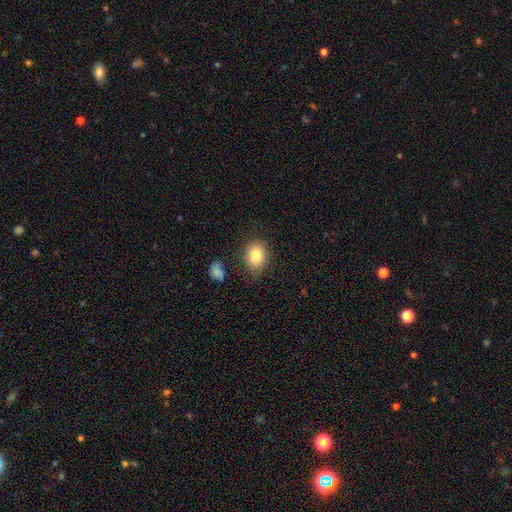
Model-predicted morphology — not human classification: Smooth or featured? smooth (81%)
How rounded? in between (58%)
Merging? none (81%)